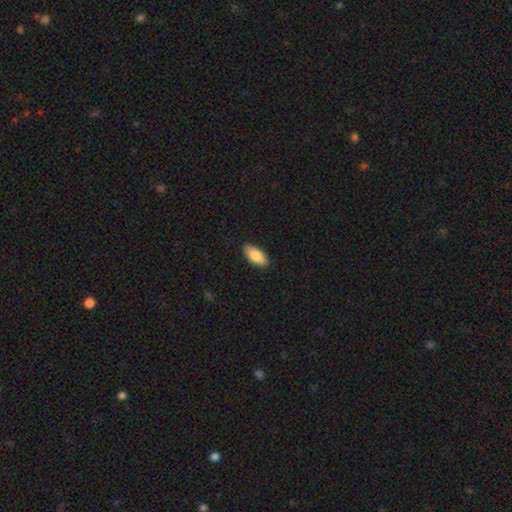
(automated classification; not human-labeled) A smooth galaxy with no disk features (87%) that is in between round and cigar-shaped (92%).

Vote fractions:
- Smooth or featured? smooth: 87% / featured or disk: 7% / star or artifact: 6%
- How rounded? in between: 92% / cigar-shaped: 7% / round: 2%
- Merging? none: 90% / minor disturbance: 8% / major disturbance: 2% / merger: 1%